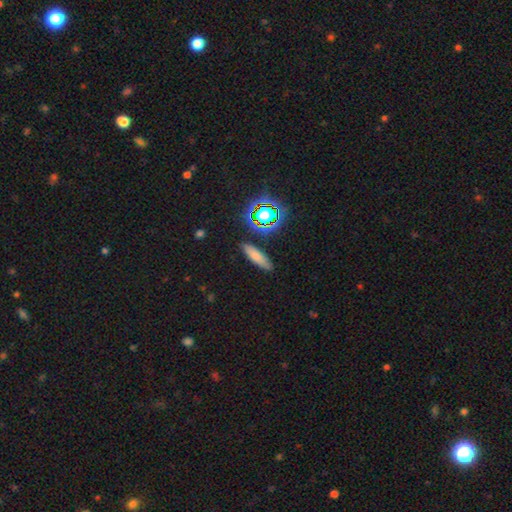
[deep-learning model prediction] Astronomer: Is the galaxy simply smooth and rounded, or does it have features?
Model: smooth — 71%.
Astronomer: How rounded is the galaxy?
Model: cigar-shaped — 64%.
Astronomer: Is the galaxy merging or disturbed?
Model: none — 86%.